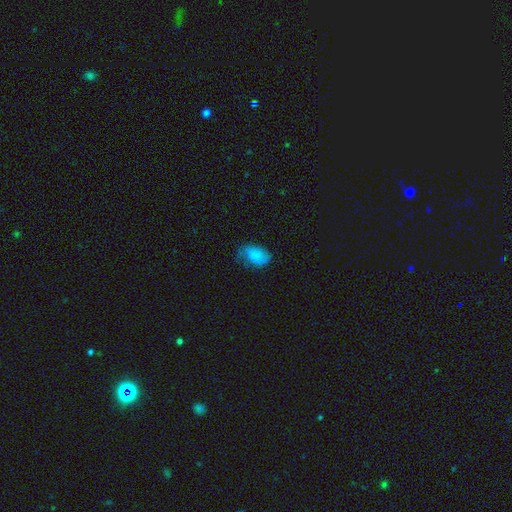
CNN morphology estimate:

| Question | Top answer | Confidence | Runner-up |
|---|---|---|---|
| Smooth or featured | smooth | 71% | featured or disk (20%) |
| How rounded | in between | 88% | round (11%) |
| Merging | none | 41% | minor disturbance (35%) |